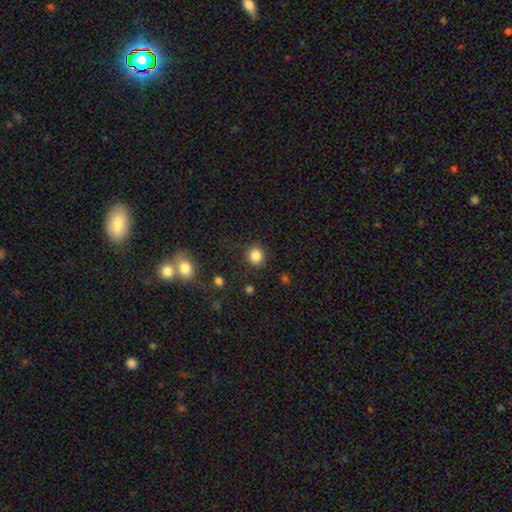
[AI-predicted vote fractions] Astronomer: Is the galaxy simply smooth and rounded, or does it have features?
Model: smooth — 85%.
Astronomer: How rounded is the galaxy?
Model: round — 90%.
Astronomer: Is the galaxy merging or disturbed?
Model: none — 89%.